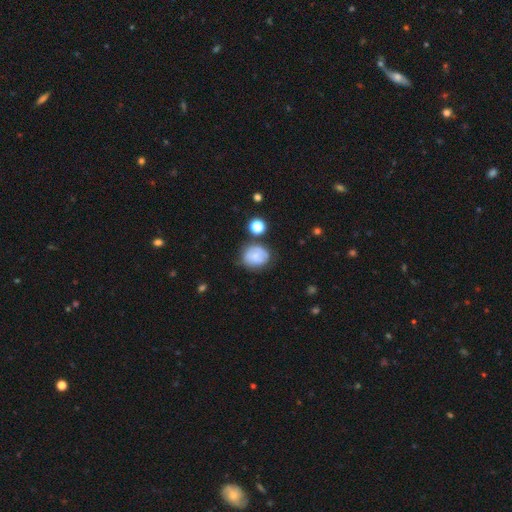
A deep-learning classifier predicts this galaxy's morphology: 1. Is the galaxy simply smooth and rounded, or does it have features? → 60% smooth, 29% featured or disk, 11% star or artifact.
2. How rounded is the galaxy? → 65% round, 34% in between, 1% cigar-shaped.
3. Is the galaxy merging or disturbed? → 59% none, 25% minor disturbance, 8% major disturbance, 7% merger.